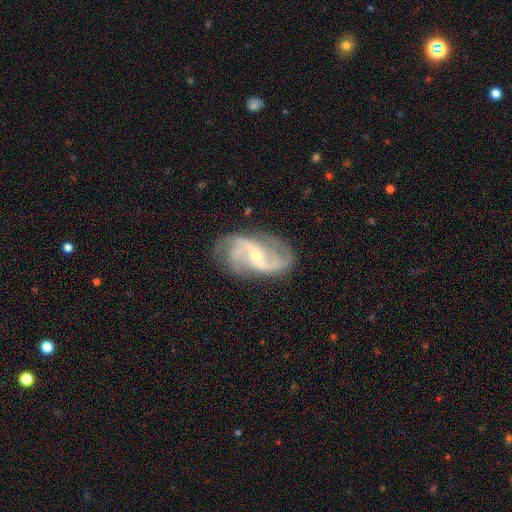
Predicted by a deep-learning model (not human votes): Smooth or featured?
  - featured or disk: 89% *
  - smooth: 5%
  - star or artifact: 5%
Edge-on disk?
  - no: 97% *
  - yes: 3%
Bar?
  - weak: 48% *
  - strong: 29%
  - no: 24%
Spiral arms?
  - yes: 97% *
  - no: 3%
Spiral winding?
  - medium: 44% *
  - loose: 41%
  - tight: 15%
Spiral arm count?
  - 2: 67% *
  - 3: 15%
  - can't tell: 8%
  - 4: 4%
  - 1: 3%
  - more than 4: 3%
Bulge size?
  - small: 64% *
  - moderate: 32%
  - none: 2%
  - large: 1%
  - dominant: 1%
Merging?
  - none: 73% *
  - minor disturbance: 18%
  - major disturbance: 8%
  - merger: 2%